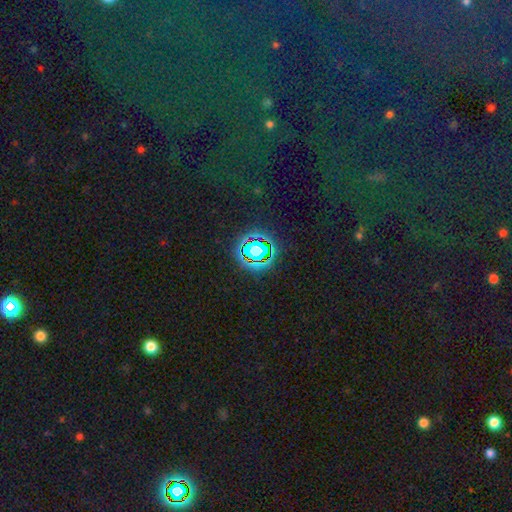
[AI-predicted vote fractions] Overall: star or artifact (69%).